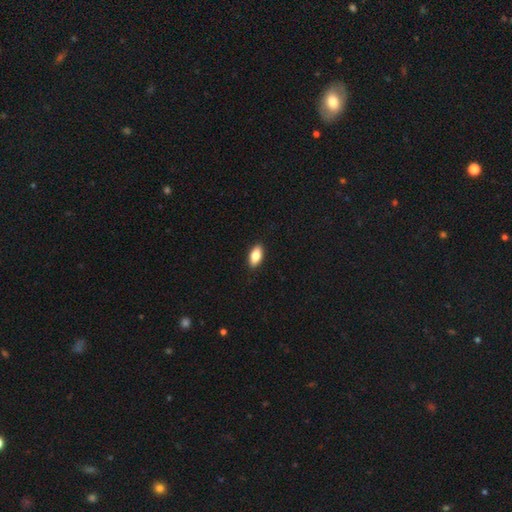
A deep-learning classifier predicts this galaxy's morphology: Smooth or featured?
  - smooth: 83% *
  - featured or disk: 11%
  - star or artifact: 7%
How rounded?
  - in between: 89% *
  - cigar-shaped: 8%
  - round: 3%
Merging?
  - none: 90% *
  - minor disturbance: 7%
  - major disturbance: 2%
  - merger: 1%